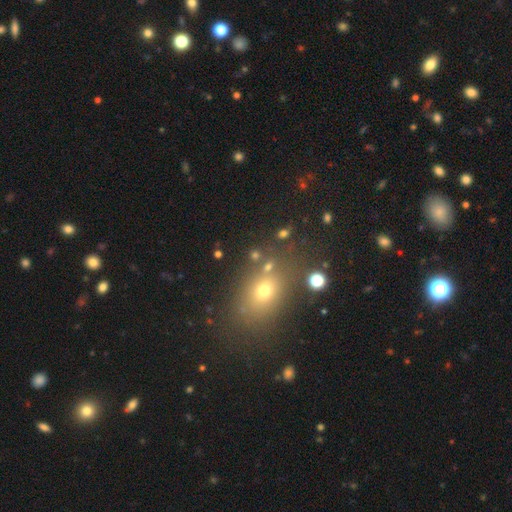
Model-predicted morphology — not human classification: type=smooth (62%); roundness=in between (55%); merging=none (72%).